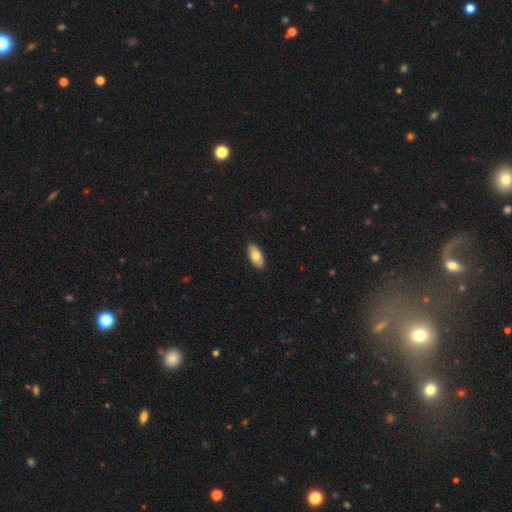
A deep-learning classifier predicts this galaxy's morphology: A smooth galaxy with no disk features (76%) that is in between round and cigar-shaped (89%).

Vote fractions:
- Smooth or featured? smooth: 76% / featured or disk: 18% / star or artifact: 6%
- How rounded? in between: 89% / cigar-shaped: 9% / round: 2%
- Merging? none: 89% / minor disturbance: 9% / major disturbance: 2% / merger: 1%